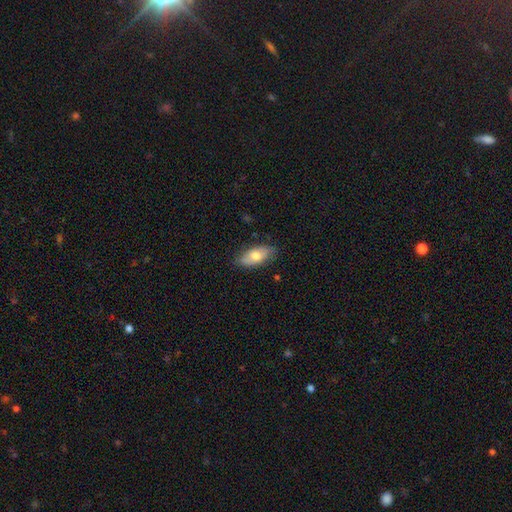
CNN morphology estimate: Smooth or featured: smooth — 67% (featured or disk — 27%)
How rounded: in between — 90% (cigar-shaped — 7%)
Merging: none — 80% (minor disturbance — 16%)